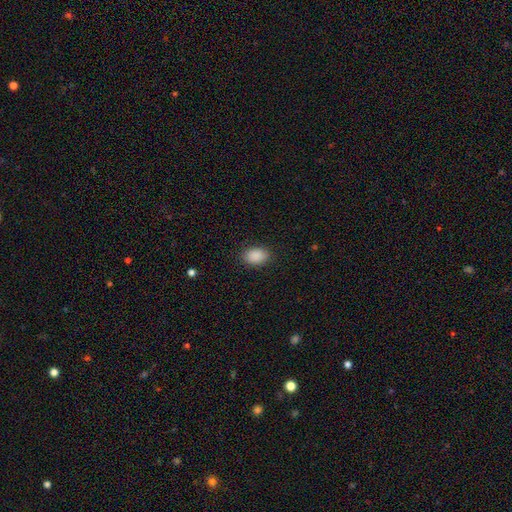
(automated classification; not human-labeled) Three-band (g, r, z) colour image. It shows a smooth galaxy with no disk features (90%) that is in between round and cigar-shaped (83%). Merging: none (88%).